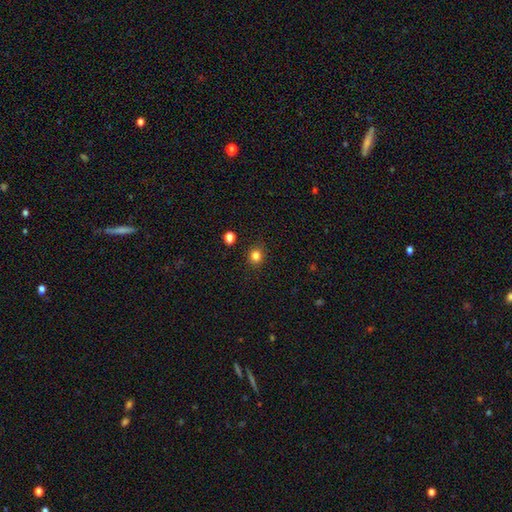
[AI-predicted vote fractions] smooth-or-featured: smooth: 82% | star or artifact: 13% | featured or disk: 5%
  how-rounded: round: 81% | in between: 18% | cigar-shaped: 1%
  merging: none: 88% | minor disturbance: 8% | major disturbance: 2% | merger: 2%